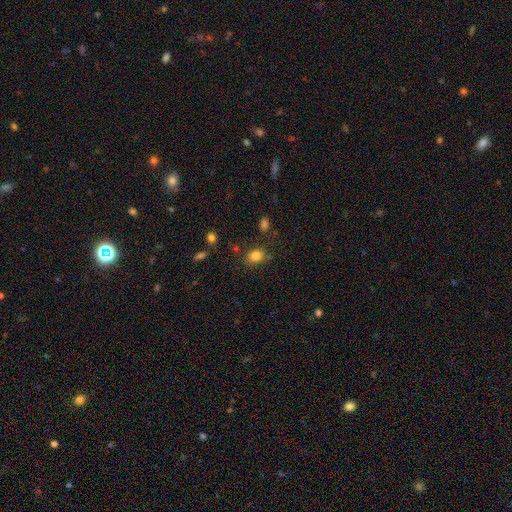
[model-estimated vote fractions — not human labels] Morphology: type=smooth (82%); roundness=round (56%); merging=none (79%).